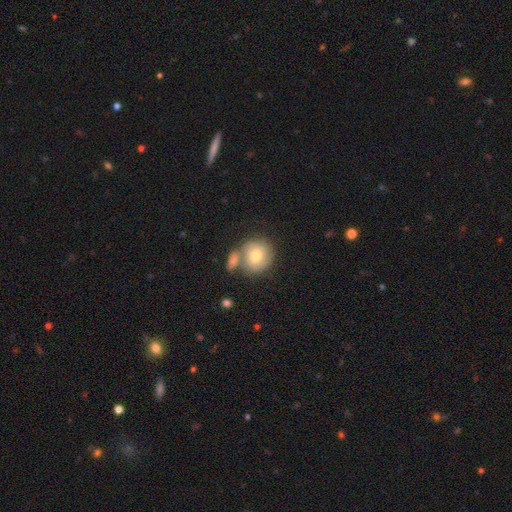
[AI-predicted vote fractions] Smooth or featured? smooth (70%)
How rounded? round (85%)
Merging? none (52%)